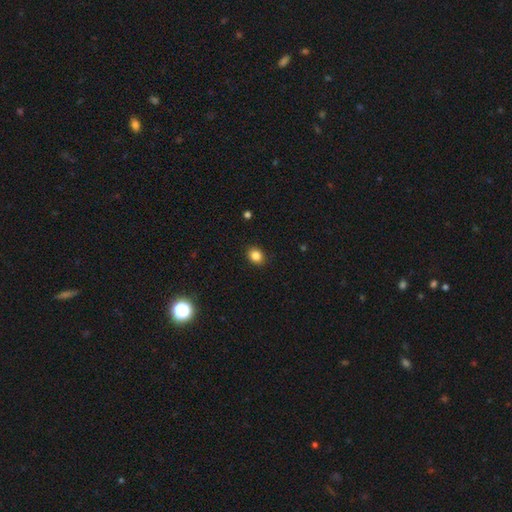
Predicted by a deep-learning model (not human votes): Smooth or featured: smooth — 86% (star or artifact — 10%)
How rounded: round — 50% (in between — 49%)
Merging: none — 89% (minor disturbance — 8%)